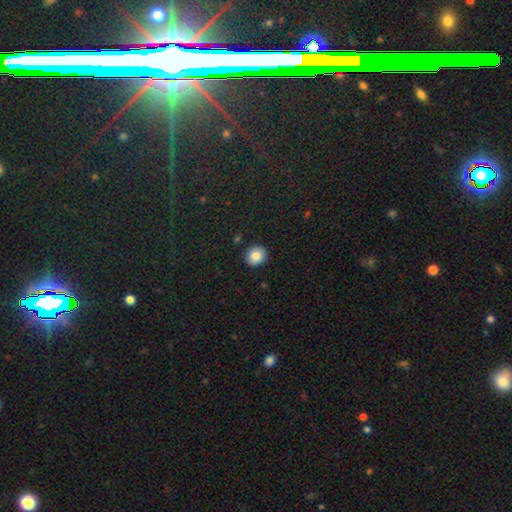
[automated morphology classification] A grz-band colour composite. It shows a smooth galaxy with no disk features (82%) that is round (78%). Merging: none (90%).